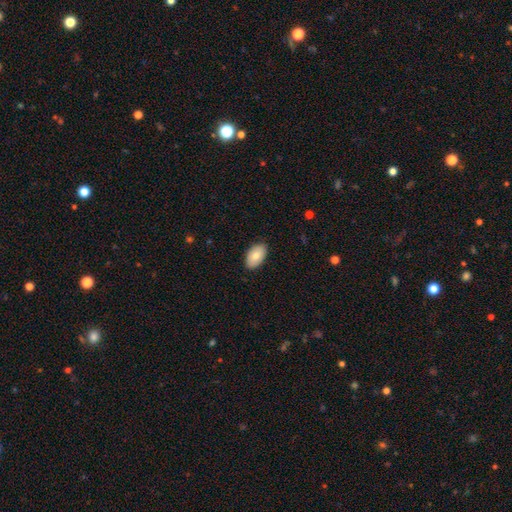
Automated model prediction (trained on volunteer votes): Smooth or featured?
  - smooth: 80% *
  - featured or disk: 14%
  - star or artifact: 6%
How rounded?
  - in between: 94% *
  - round: 5%
  - cigar-shaped: 1%
Merging?
  - none: 88% *
  - minor disturbance: 10%
  - major disturbance: 2%
  - merger: 1%